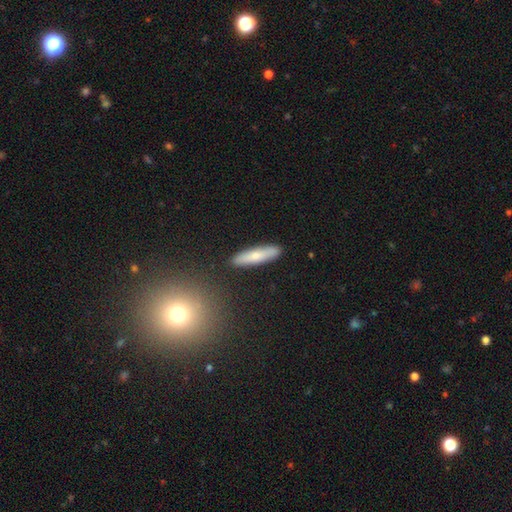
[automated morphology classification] Overall: smooth (67%). How rounded: cigar-shaped (81%). Merging: none (88%).